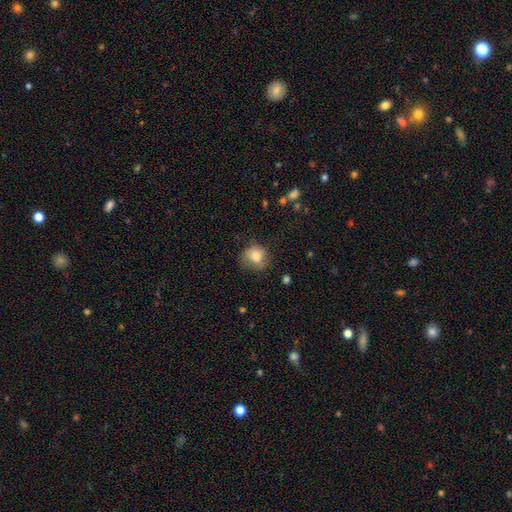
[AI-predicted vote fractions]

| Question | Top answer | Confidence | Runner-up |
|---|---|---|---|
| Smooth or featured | smooth | 75% | featured or disk (16%) |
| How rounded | round | 77% | in between (22%) |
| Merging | none | 62% | minor disturbance (26%) |